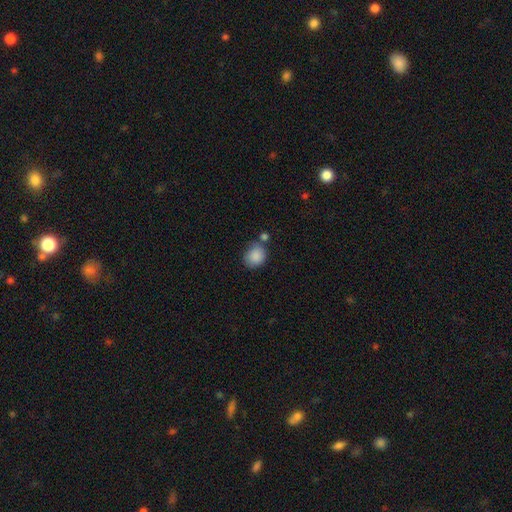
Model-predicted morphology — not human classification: A smooth galaxy with no disk features (88%) that is round (64%). Merging: none (62%).